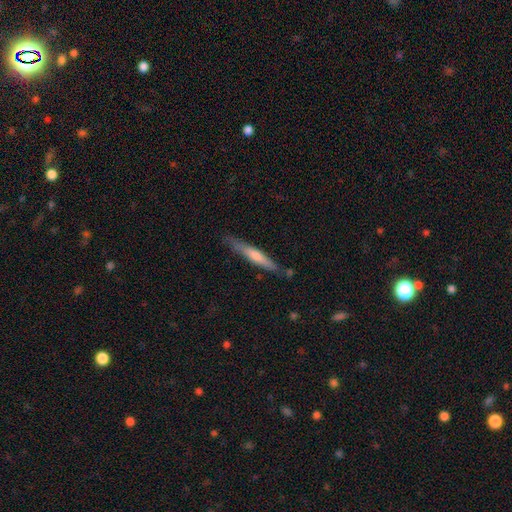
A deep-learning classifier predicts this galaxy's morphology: smooth_or_featured: featured or disk (p=0.55) [alt: smooth p=0.39]
disk_edge_on: yes (p=0.94) [alt: no p=0.06]
edge_on_bulge: rounded (p=0.55) [alt: none p=0.32]
merging: none (p=0.84) [alt: minor disturbance p=0.12]